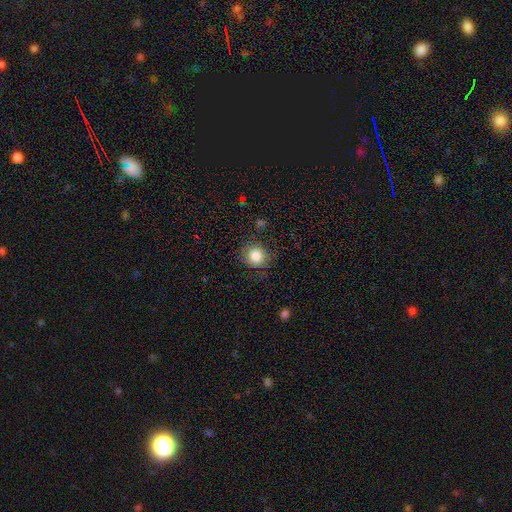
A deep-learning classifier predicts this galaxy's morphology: Smooth or featured?
  - smooth: 83% *
  - star or artifact: 10%
  - featured or disk: 8%
How rounded?
  - round: 87% *
  - in between: 12%
  - cigar-shaped: 1%
Merging?
  - none: 79% *
  - minor disturbance: 15%
  - major disturbance: 5%
  - merger: 2%